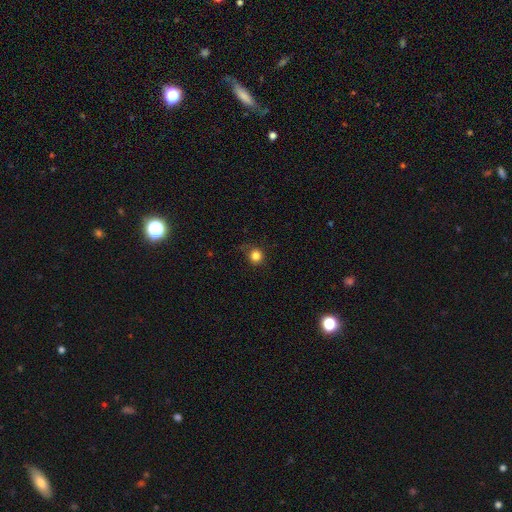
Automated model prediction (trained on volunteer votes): A smooth galaxy with no disk features (82%) that is round (90%).

Vote fractions:
- Smooth or featured? smooth: 82% / star or artifact: 12% / featured or disk: 5%
- How rounded? round: 90% / in between: 9% / cigar-shaped: 1%
- Merging? none: 76% / minor disturbance: 17% / major disturbance: 6% / merger: 1%